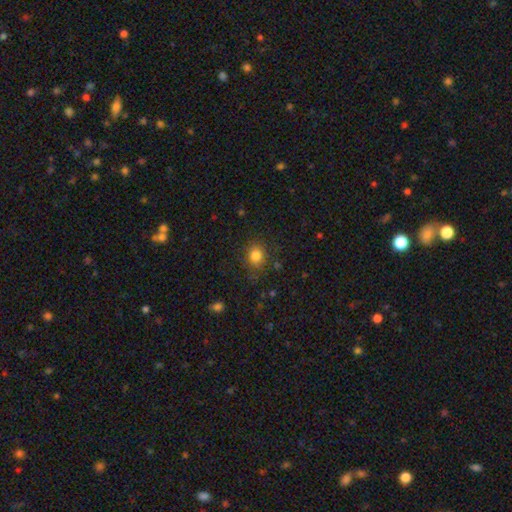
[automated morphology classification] Smooth or featured?
  - smooth: 82% *
  - star or artifact: 12%
  - featured or disk: 6%
How rounded?
  - round: 68% *
  - in between: 31%
  - cigar-shaped: 1%
Merging?
  - none: 83% *
  - minor disturbance: 12%
  - major disturbance: 4%
  - merger: 2%